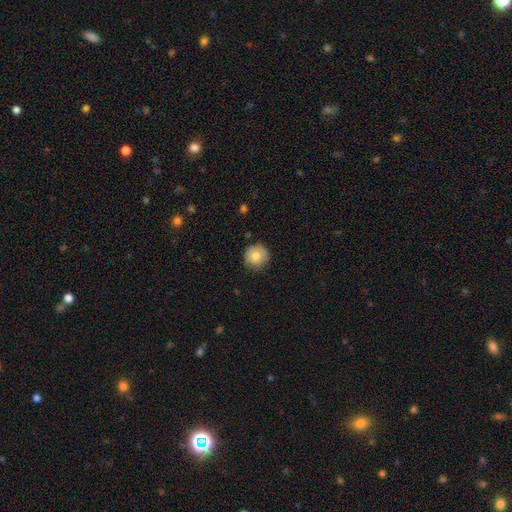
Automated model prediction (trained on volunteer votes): smooth 82%, featured or disk 10%, star or artifact 8%. Down the decision tree: how rounded — round (95%); merging — none (83%).